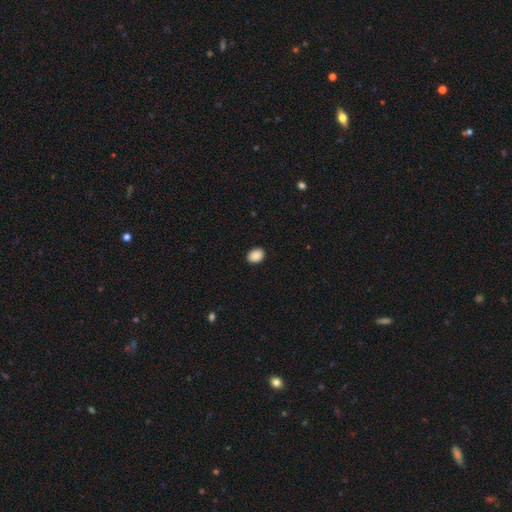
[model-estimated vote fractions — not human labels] Smooth or featured? smooth (90%)
How rounded? in between (68%)
Merging? none (90%)